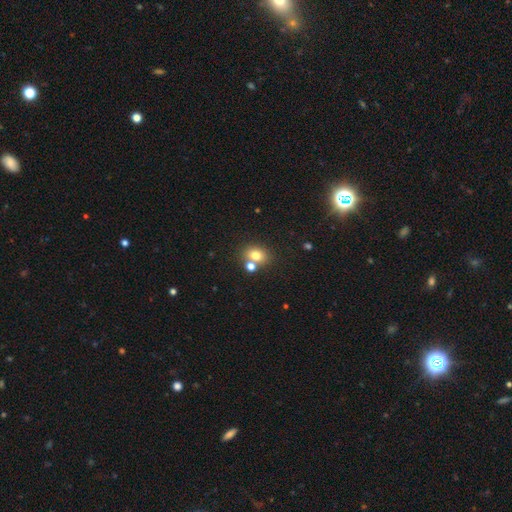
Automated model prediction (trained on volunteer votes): The model was most divided on "how rounded": in between: 50%, round: 49%, cigar-shaped: 1%. More confident: smooth or featured — smooth (76%); merging — none (59%).